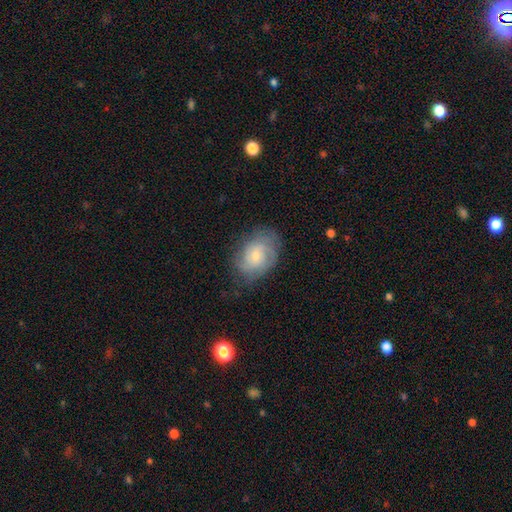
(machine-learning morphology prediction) A featured or disk galaxy (62%) with no bar (69%), tight (56%) spiral arms (88%) and a small central bulge (61%). Merging: none (68%).